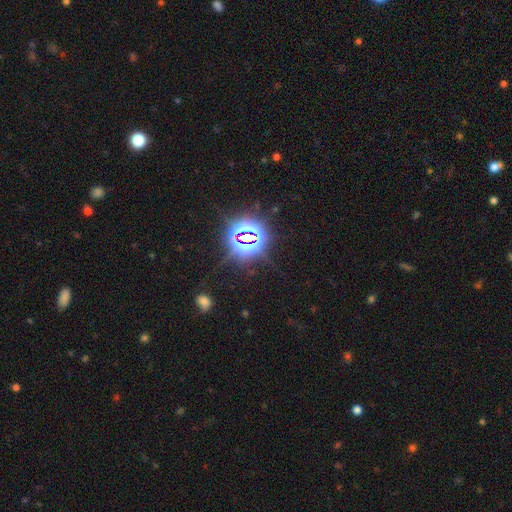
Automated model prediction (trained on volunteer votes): Smooth or featured? star or artifact (83%)